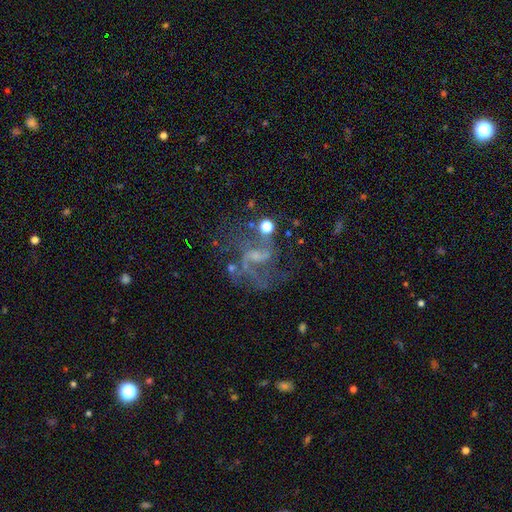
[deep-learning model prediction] smooth-or-featured: featured or disk: 63% | star or artifact: 24% | smooth: 13%
  disk-edge-on: no: 96% | yes: 4%
    bar: weak: 42% | no: 39% | strong: 19%
    has-spiral-arms: yes: 71% | no: 29%
    bulge-size: small: 45% | none: 31% | moderate: 19% | large: 3% | dominant: 2%
  merging: none: 48% | major disturbance: 27% | minor disturbance: 16% | merger: 9%